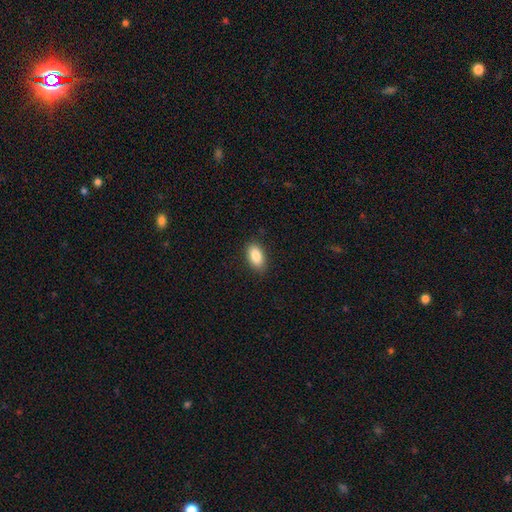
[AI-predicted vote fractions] Morphology: type=smooth (87%); roundness=in between (92%); merging=none (87%).